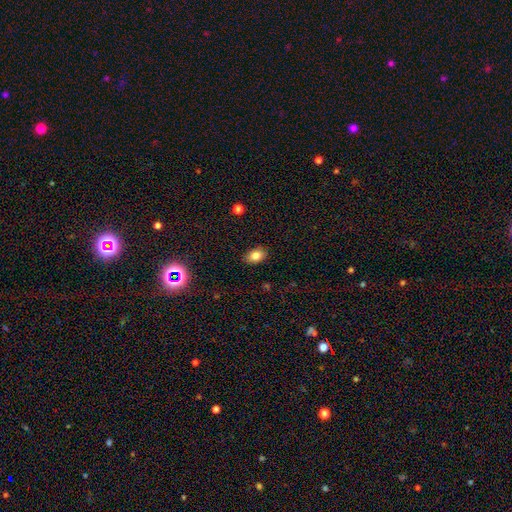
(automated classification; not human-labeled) Morphology: type=smooth (82%); roundness=in between (85%); merging=none (86%).